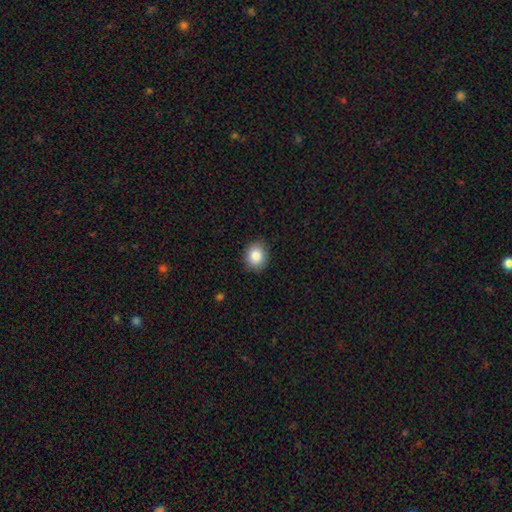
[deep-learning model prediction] A smooth galaxy with no disk features (85%) that is round (70%).

Vote fractions:
- Smooth or featured? smooth: 85% / star or artifact: 9% / featured or disk: 6%
- How rounded? round: 70% / in between: 29% / cigar-shaped: 1%
- Merging? none: 88% / minor disturbance: 9% / major disturbance: 2% / merger: 1%